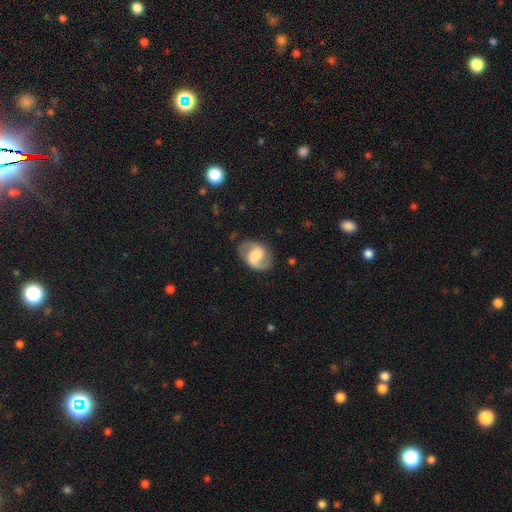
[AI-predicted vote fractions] Morphology: type=featured or disk (73%); edge-on=no (97%); bar=weak (46%); spiral arms=yes (90%); winding=medium (49%); arm count=2 (90%); bulge=large (39%); merging=none (78%).